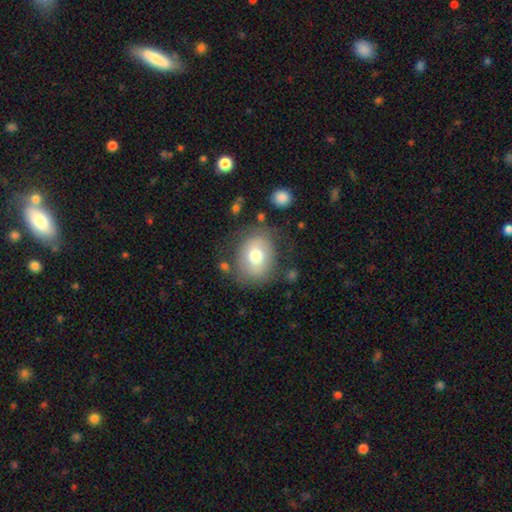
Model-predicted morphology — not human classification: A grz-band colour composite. It shows a smooth galaxy with no disk features (66%) that is round (55%). Merging: none (69%).